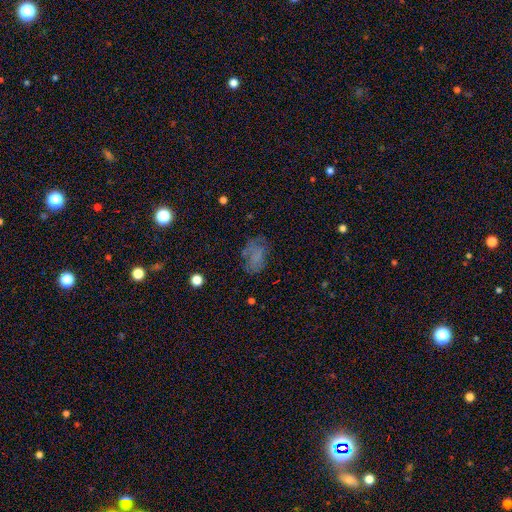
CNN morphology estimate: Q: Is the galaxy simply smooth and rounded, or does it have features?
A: smooth — 53%.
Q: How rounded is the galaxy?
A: in between — 82%.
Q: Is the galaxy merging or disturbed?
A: none — 56%.